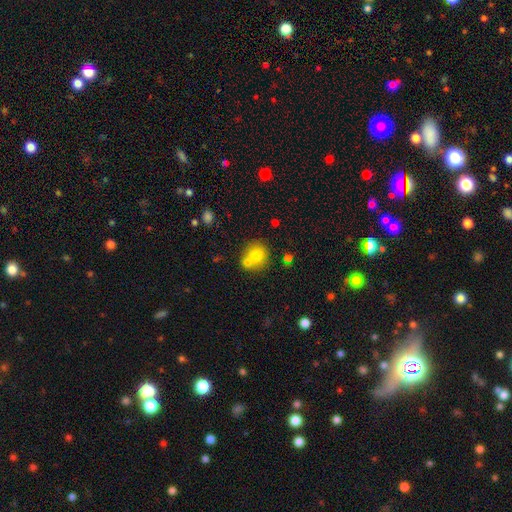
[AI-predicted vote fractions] Smooth or featured: smooth — 78% (featured or disk — 12%)
How rounded: round — 76% (in between — 23%)
Merging: none — 53% (merger — 31%)